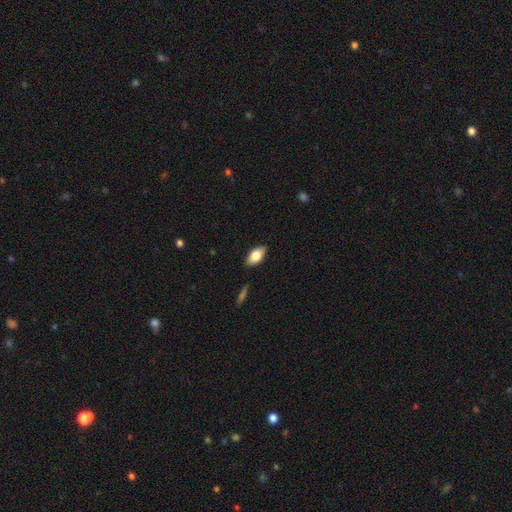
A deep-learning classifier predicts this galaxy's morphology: Smooth or featured? Predicted: smooth (p=0.74). How rounded? Predicted: in between (p=0.89). Merging? Predicted: none (p=0.86).